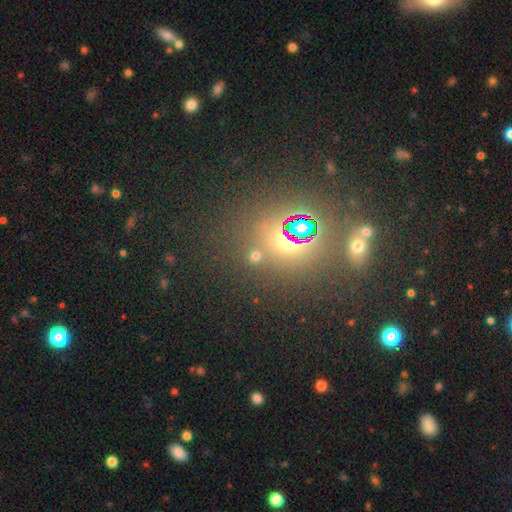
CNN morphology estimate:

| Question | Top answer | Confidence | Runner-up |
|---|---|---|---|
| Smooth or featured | smooth | 51% | star or artifact (42%) |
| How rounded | round | 83% | in between (15%) |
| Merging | none | 75% | merger (13%) |